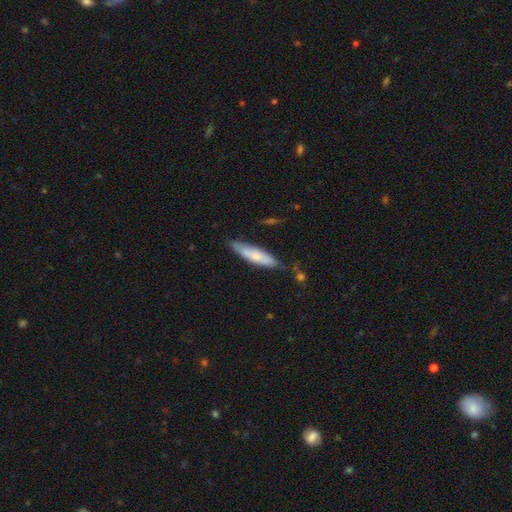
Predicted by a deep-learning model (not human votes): Smooth or featured: smooth — 69% (featured or disk — 25%)
How rounded: cigar-shaped — 76% (in between — 23%)
Merging: none — 70% (minor disturbance — 22%)